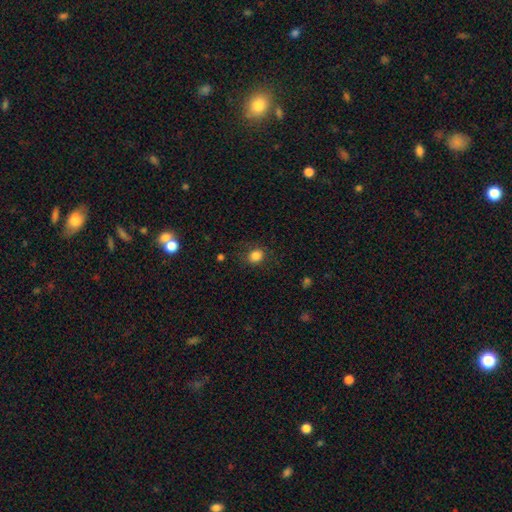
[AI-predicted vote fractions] Smooth or featured: smooth — 84% (star or artifact — 11%)
How rounded: round — 68% (in between — 31%)
Merging: none — 82% (minor disturbance — 12%)